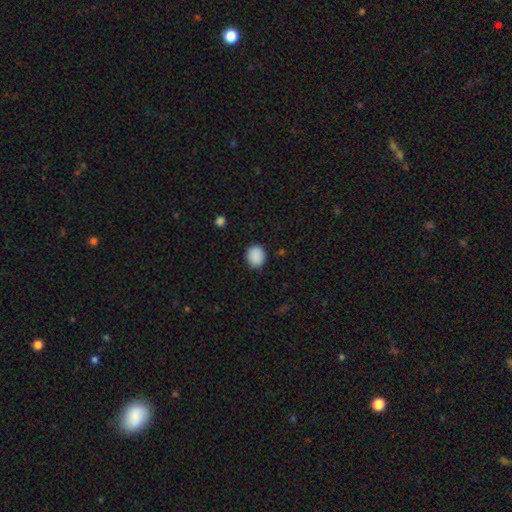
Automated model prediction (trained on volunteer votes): smooth 89%, star or artifact 8%, featured or disk 3%. Down the decision tree: how rounded — round (73%); merging — none (87%).